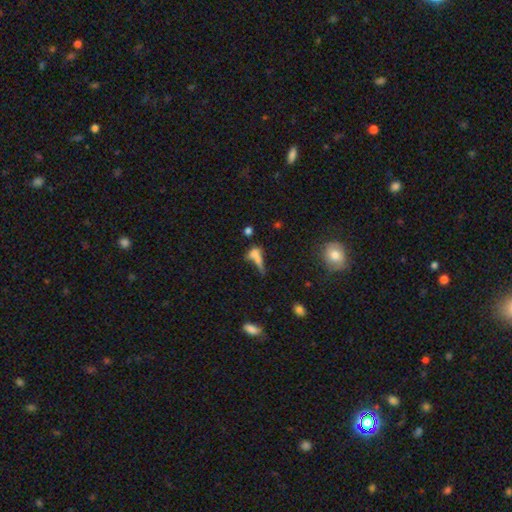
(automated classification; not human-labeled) Morphology: type=smooth (59%); roundness=in between (46%); merging=merger (38%).